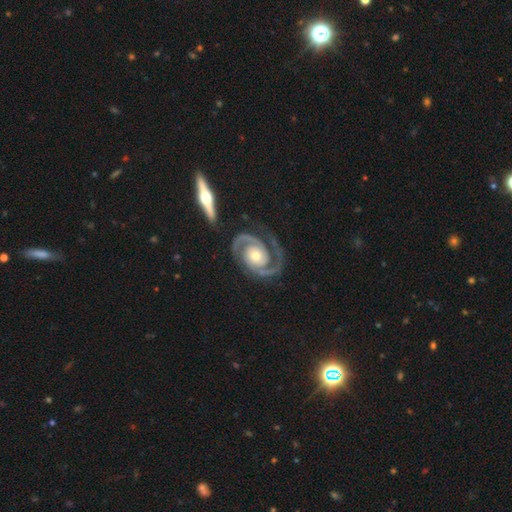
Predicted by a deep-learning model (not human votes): Smooth or featured?
  - featured or disk: 93% *
  - star or artifact: 4%
  - smooth: 3%
Edge-on disk?
  - no: 97% *
  - yes: 3%
Bar?
  - no: 72% *
  - weak: 18%
  - strong: 10%
Spiral arms?
  - yes: 99% *
  - no: 1%
Spiral winding?
  - tight: 49% *
  - medium: 44%
  - loose: 7%
Spiral arm count?
  - 2: 94% *
  - 3: 2%
  - can't tell: 1%
  - 1: 1%
  - 4: 1%
  - more than 4: 1%
Bulge size?
  - moderate: 62% *
  - small: 31%
  - large: 5%
  - none: 1%
  - dominant: 1%
Merging?
  - none: 78% *
  - minor disturbance: 13%
  - major disturbance: 6%
  - merger: 3%